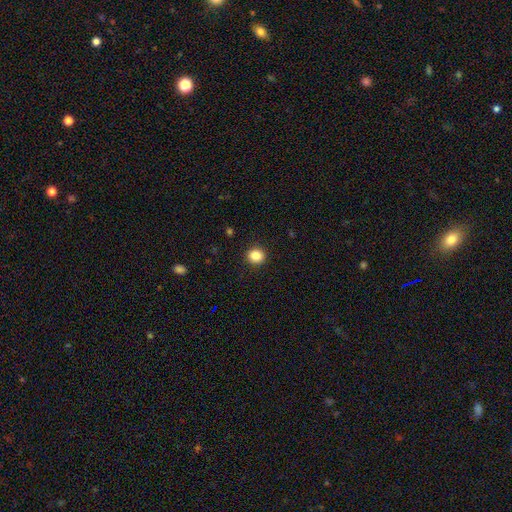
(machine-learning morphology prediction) A smooth galaxy with no disk features (86%) that is round (82%).

Vote fractions:
- Smooth or featured? smooth: 86% / star or artifact: 10% / featured or disk: 4%
- How rounded? round: 82% / in between: 17% / cigar-shaped: 1%
- Merging? none: 92% / minor disturbance: 5% / major disturbance: 2% / merger: 1%